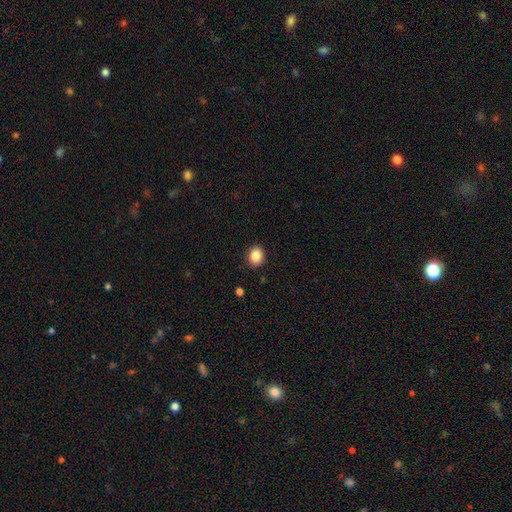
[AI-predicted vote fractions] smooth_or_featured: smooth (p=0.88) [alt: star or artifact p=0.09]
how_rounded: round (p=0.58) [alt: in between p=0.42]
merging: none (p=0.89) [alt: minor disturbance p=0.08]